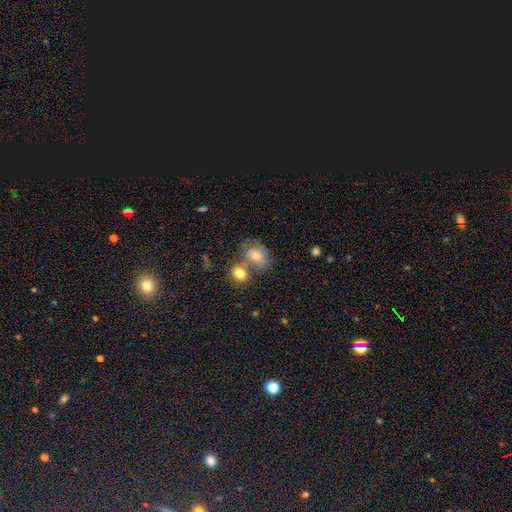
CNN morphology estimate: Smooth or featured?
  - smooth: 62% *
  - featured or disk: 27%
  - star or artifact: 11%
How rounded?
  - in between: 68% *
  - round: 31%
  - cigar-shaped: 1%
Merging?
  - merger: 40% *
  - none: 38%
  - minor disturbance: 15%
  - major disturbance: 8%